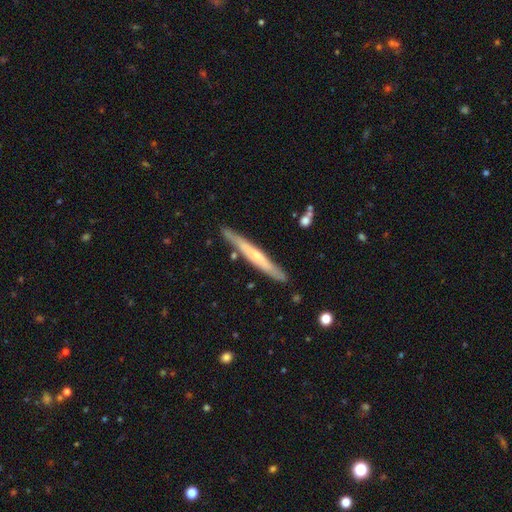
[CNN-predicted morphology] smooth_or_featured: featured or disk (p=0.55) [alt: smooth p=0.40]
disk_edge_on: yes (p=0.93) [alt: no p=0.07]
edge_on_bulge: none (p=0.49) [alt: rounded p=0.45]
merging: none (p=0.85) [alt: minor disturbance p=0.11]